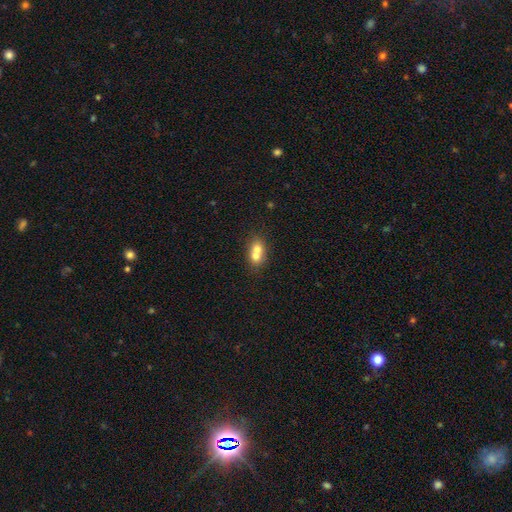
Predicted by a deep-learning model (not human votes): Overall: smooth (66%). How rounded: in between (50%; round 48%). Merging: merger (68%).